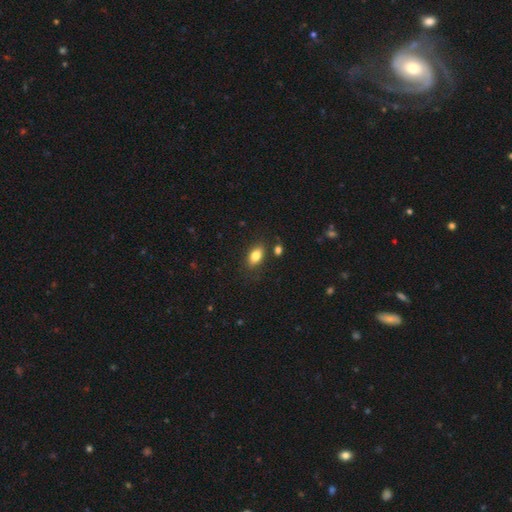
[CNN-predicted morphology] The model was most divided on "smooth or featured": smooth: 81%, featured or disk: 10%, star or artifact: 8%. More confident: how rounded — in between (88%); merging — none (82%).